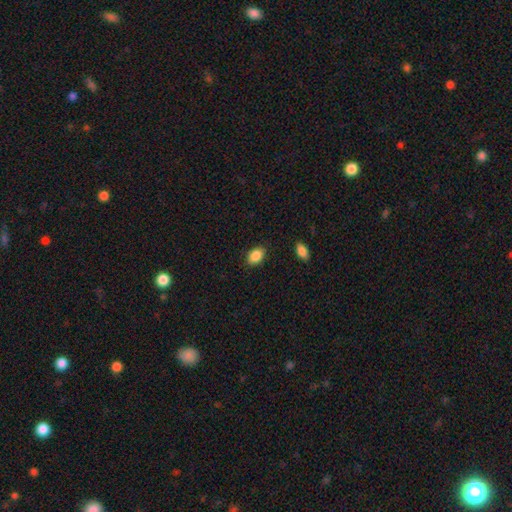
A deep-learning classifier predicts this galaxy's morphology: A smooth galaxy with no disk features (88%) that is in between round and cigar-shaped (86%).

Vote fractions:
- Smooth or featured? smooth: 88% / star or artifact: 8% / featured or disk: 4%
- How rounded? in between: 86% / round: 13% / cigar-shaped: 1%
- Merging? none: 86% / minor disturbance: 10% / major disturbance: 2% / merger: 1%